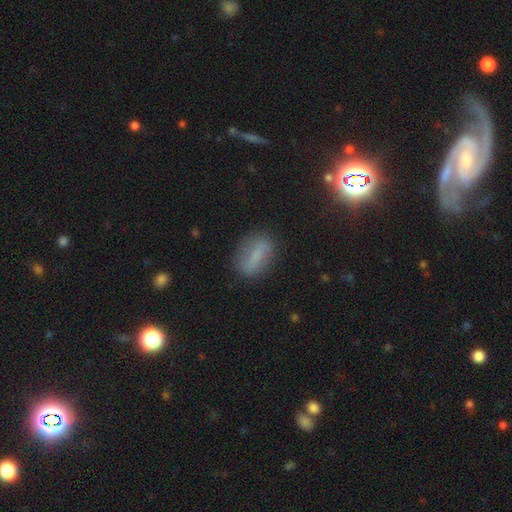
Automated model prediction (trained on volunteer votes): Smooth or featured: smooth — 59% (featured or disk — 26%)
How rounded: in between — 69% (cigar-shaped — 16%)
Merging: none — 80% (minor disturbance — 14%)